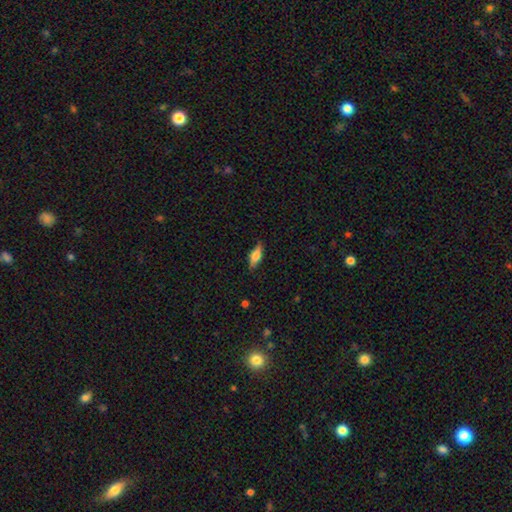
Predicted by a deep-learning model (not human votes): A smooth galaxy with no disk features (64%) that is in between round and cigar-shaped (68%).

Vote fractions:
- Smooth or featured? smooth: 64% / featured or disk: 29% / star or artifact: 7%
- How rounded? in between: 68% / cigar-shaped: 29% / round: 3%
- Merging? none: 79% / minor disturbance: 17% / major disturbance: 3% / merger: 1%